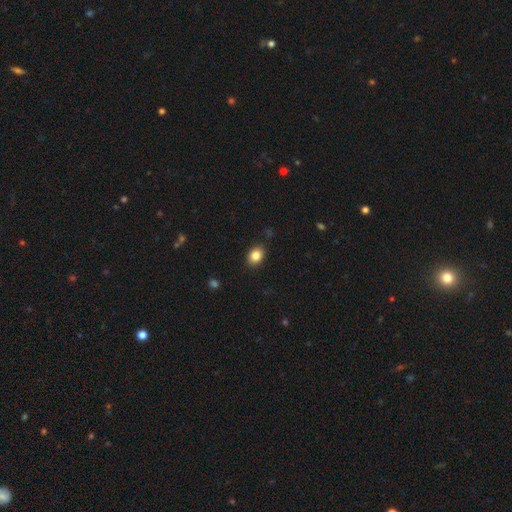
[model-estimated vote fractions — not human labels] A smooth galaxy with no disk features (85%) that is in between round and cigar-shaped (59%).

Vote fractions:
- Smooth or featured? smooth: 85% / star or artifact: 9% / featured or disk: 6%
- How rounded? in between: 59% / round: 40% / cigar-shaped: 1%
- Merging? none: 88% / minor disturbance: 9% / major disturbance: 2% / merger: 1%